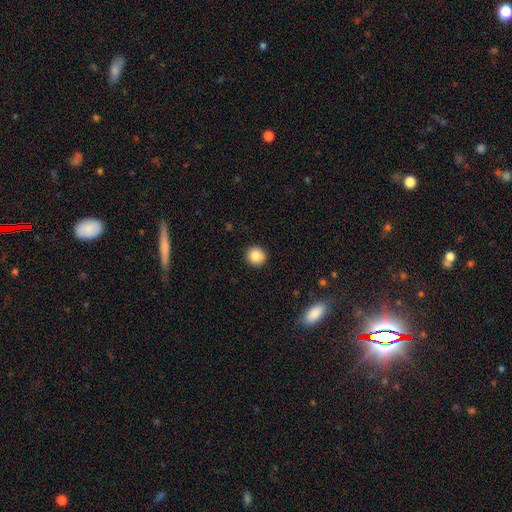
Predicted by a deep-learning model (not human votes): A smooth galaxy with no disk features (85%) that is round (91%).

Vote fractions:
- Smooth or featured? smooth: 85% / star or artifact: 9% / featured or disk: 6%
- How rounded? round: 91% / in between: 8% / cigar-shaped: 1%
- Merging? none: 91% / minor disturbance: 6% / major disturbance: 2% / merger: 1%